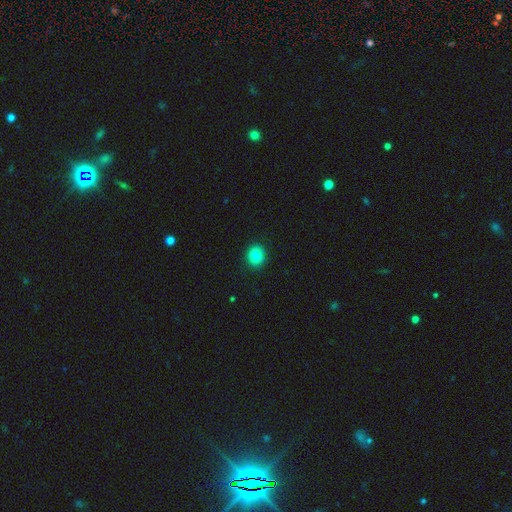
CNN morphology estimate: type=smooth (82%); roundness=round (84%); merging=none (92%).